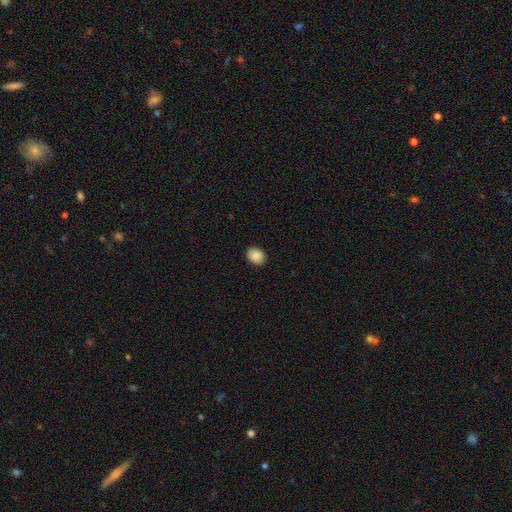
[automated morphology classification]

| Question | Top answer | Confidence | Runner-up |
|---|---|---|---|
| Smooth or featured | smooth | 89% | star or artifact (8%) |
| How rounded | in between | 60% | round (40%) |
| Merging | none | 90% | minor disturbance (7%) |